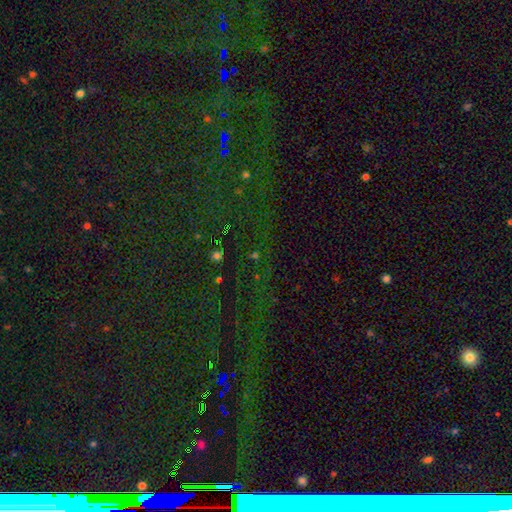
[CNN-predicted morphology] This appears to be a star or artifact, not a galaxy (69%).